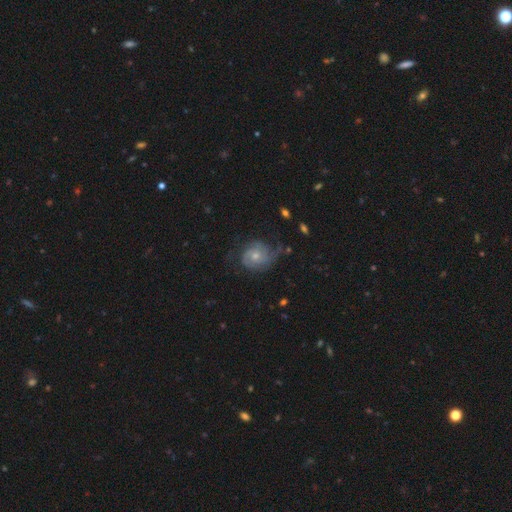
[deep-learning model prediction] Q: Smooth or featured?
A: featured or disk (72%); runner-up: smooth (21%)
Q: Edge-on disk?
A: no (97%); runner-up: yes (3%)
Q: Bar?
A: no (76%); runner-up: weak (21%)
Q: Spiral arms?
A: yes (90%); runner-up: no (10%)
Q: Spiral winding?
A: tight (46%); runner-up: medium (36%)
Q: Spiral arm count?
A: 2 (47%); runner-up: can't tell (23%)
Q: Bulge size?
A: small (51%); runner-up: moderate (44%)
Q: Merging?
A: none (52%); runner-up: minor disturbance (27%)